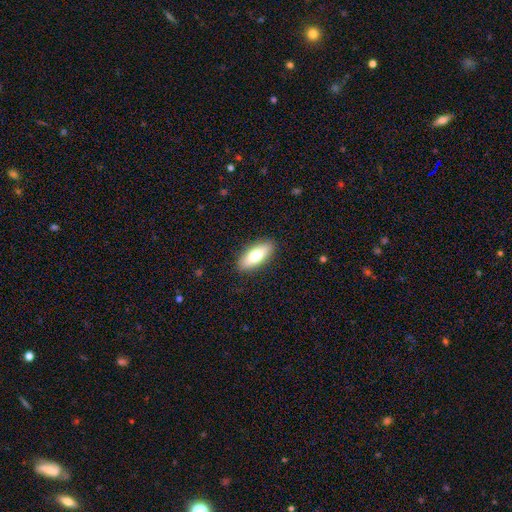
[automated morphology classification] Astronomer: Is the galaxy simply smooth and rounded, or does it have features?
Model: smooth — 72%.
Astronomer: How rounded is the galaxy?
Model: in between — 73%.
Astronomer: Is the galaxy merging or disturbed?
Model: none — 89%.